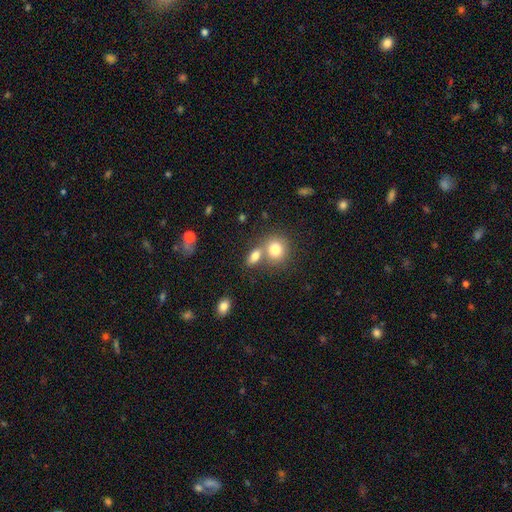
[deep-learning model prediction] smooth 77%, featured or disk 12%, star or artifact 11%. Down the decision tree: how rounded — in between (61%); merging — none (45%).